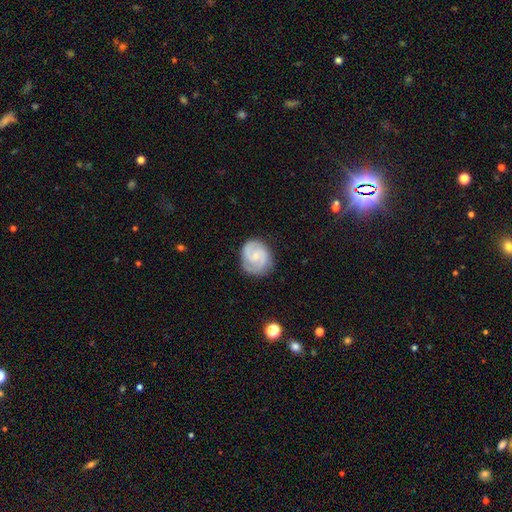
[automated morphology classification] The model was most divided on "spiral winding": medium: 46%, tight: 43%, loose: 11%. More confident: edge-on disk — no (98%); spiral arms — yes (96%); spiral arm count — 2 (78%); merging — none (78%); smooth or featured — featured or disk (76%); bulge size — small (65%); bar — no (53%).